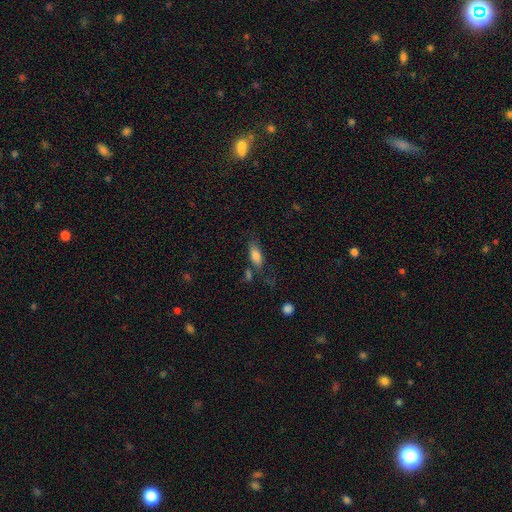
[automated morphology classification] This is clearly a smooth galaxy (80%). How rounded: clearly in between (81%). Merging: possibly none (55%).